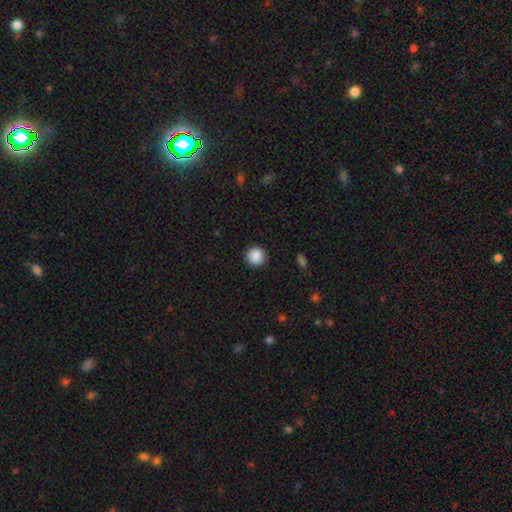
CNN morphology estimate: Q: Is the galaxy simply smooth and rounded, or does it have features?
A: smooth — 89%.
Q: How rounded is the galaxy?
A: round — 95%.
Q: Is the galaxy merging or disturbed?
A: none — 92%.